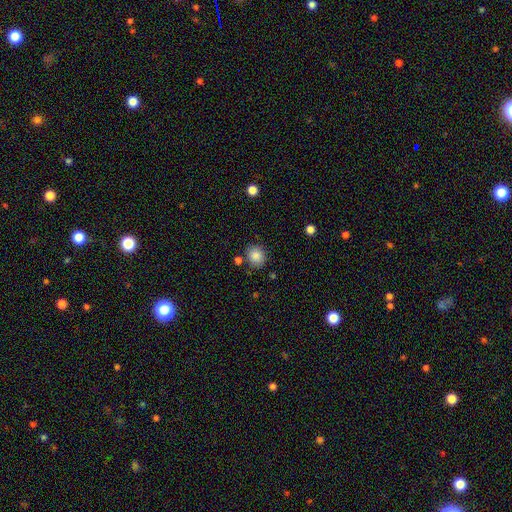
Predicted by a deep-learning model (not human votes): smooth-or-featured: smooth: 86% | star or artifact: 9% | featured or disk: 5%
  how-rounded: round: 81% | in between: 19% | cigar-shaped: 1%
  merging: none: 80% | minor disturbance: 11% | merger: 6% | major disturbance: 3%